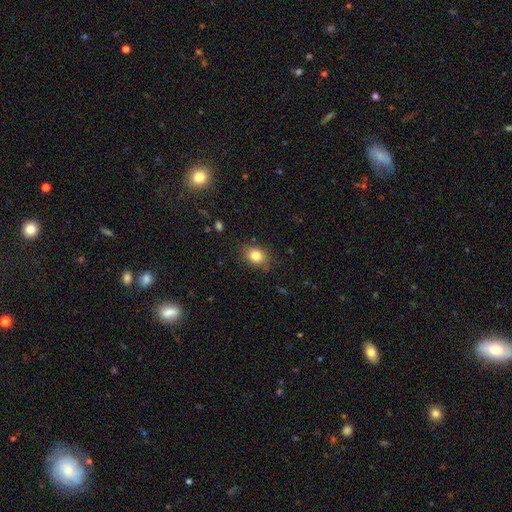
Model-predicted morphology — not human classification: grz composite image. It shows a smooth galaxy with no disk features (83%) that is in between round and cigar-shaped (61%). Merging: none (81%).